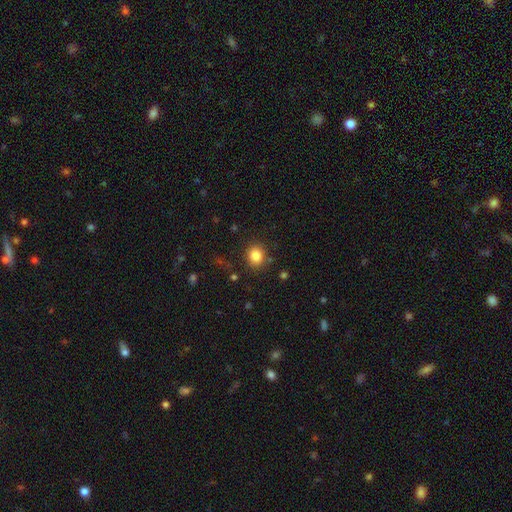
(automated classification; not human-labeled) A smooth galaxy with no disk features (85%) that is round (76%).

Vote fractions:
- Smooth or featured? smooth: 85% / star or artifact: 11% / featured or disk: 5%
- How rounded? round: 76% / in between: 23% / cigar-shaped: 1%
- Merging? none: 85% / minor disturbance: 9% / major disturbance: 4% / merger: 2%